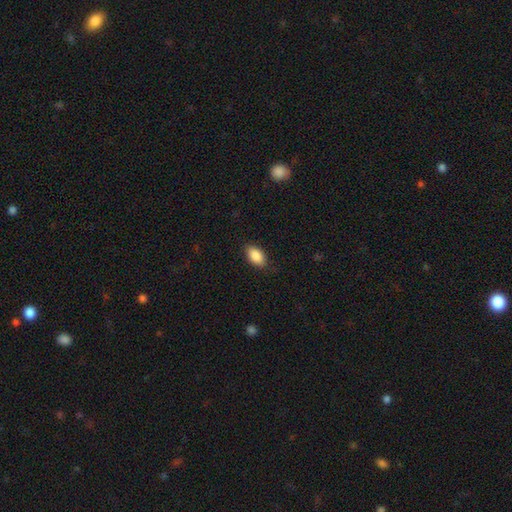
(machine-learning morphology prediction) Overall: smooth (89%). How rounded: in between (93%). Merging: none (87%).